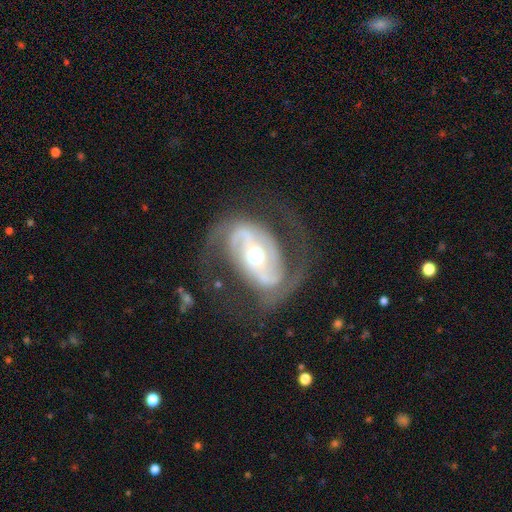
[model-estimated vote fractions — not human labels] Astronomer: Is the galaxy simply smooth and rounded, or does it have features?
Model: featured or disk — 87%.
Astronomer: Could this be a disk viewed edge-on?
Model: no — 96%.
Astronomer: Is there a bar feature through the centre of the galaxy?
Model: no — 41% (runner-up: strong, 30%).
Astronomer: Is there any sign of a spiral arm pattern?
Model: yes — 91%.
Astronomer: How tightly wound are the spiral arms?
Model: medium — 49% (runner-up: loose, 29%).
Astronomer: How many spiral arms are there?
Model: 2 — 90%.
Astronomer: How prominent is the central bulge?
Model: moderate — 69%.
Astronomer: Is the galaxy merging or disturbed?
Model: none — 69%.